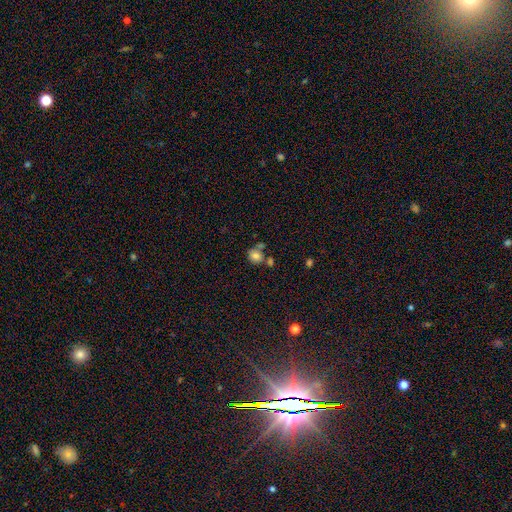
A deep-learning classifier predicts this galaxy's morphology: The model was most divided on "merging": none: 53%, merger: 26%, minor disturbance: 15%, major disturbance: 6%. More confident: smooth or featured — smooth (76%); how rounded — round (74%).